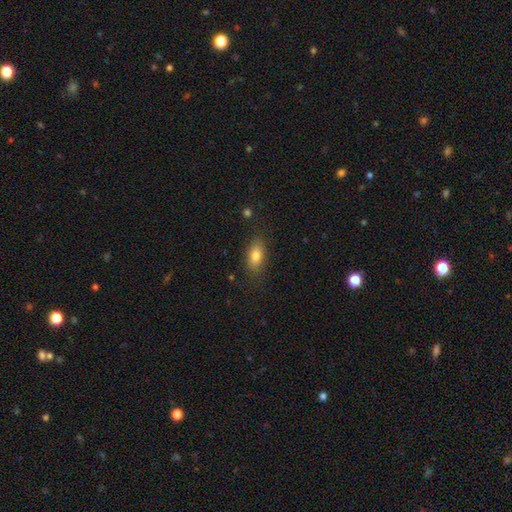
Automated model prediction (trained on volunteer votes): smooth_or_featured: smooth (p=0.79) [alt: featured or disk p=0.12]
how_rounded: in between (p=0.85) [alt: cigar-shaped p=0.08]
merging: none (p=0.82) [alt: minor disturbance p=0.13]